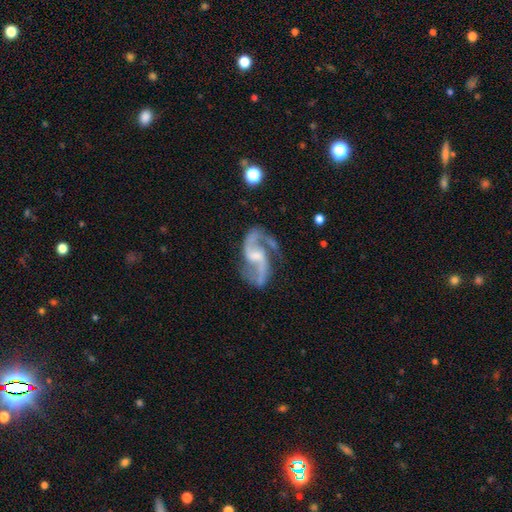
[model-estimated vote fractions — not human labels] A featured or disk galaxy (91%) with a weak bar (49%), 2 (93%) loose (47%) spiral arms (97%) and a small central bulge (42%).

Vote fractions:
- Smooth or featured? featured or disk: 91% / star or artifact: 5% / smooth: 4%
- Edge-on disk? no: 98% / yes: 2%
- Bar? weak: 49% / no: 32% / strong: 19%
- Spiral arms? yes: 97% / no: 3%
- Spiral winding? loose: 47% / medium: 45% / tight: 8%
- Spiral arm count? 2: 93% / can't tell: 2% / 1: 2% / 3: 2% / 4: 1% / more than 4: 1%
- Bulge size? small: 42% / moderate: 29% / none: 25% / large: 4% / dominant: 1%
- Merging? none: 67% / minor disturbance: 18% / major disturbance: 11% / merger: 4%